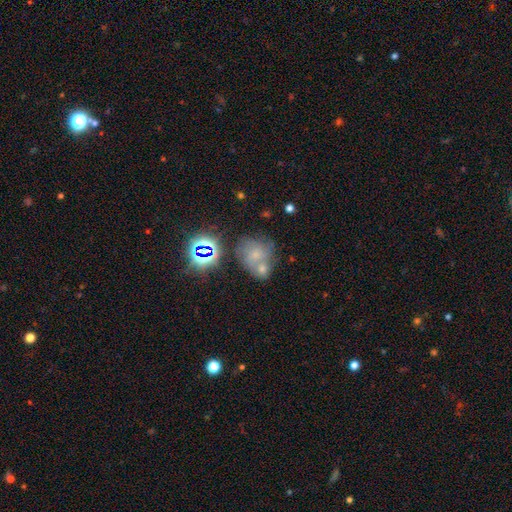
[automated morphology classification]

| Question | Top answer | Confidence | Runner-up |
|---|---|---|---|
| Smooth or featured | smooth | 40% | star or artifact (35%) |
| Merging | merger | 43% | none (38%) |